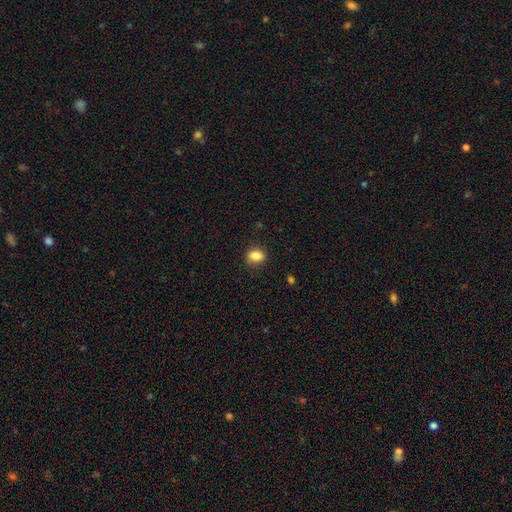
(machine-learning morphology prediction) A smooth galaxy with no disk features (85%) that is in between round and cigar-shaped (68%). Merging: none (81%).